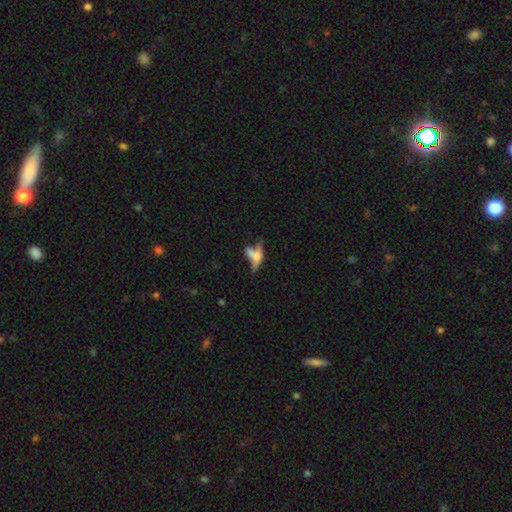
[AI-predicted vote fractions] The model was most divided on "smooth or featured": smooth: 44%, featured or disk: 42%, star or artifact: 14%. Remaining: merging — merger (38%).